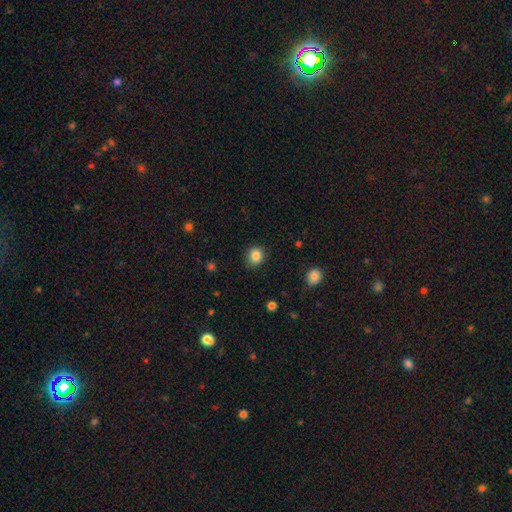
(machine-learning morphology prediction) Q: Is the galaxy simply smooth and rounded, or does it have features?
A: smooth — 86%.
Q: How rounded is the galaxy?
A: round — 75%.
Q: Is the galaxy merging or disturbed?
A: none — 86%.